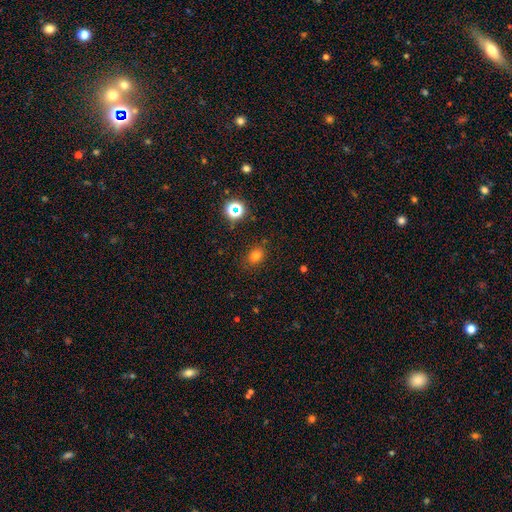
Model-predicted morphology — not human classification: A smooth galaxy with no disk features (75%) that is round (54%).

Vote fractions:
- Smooth or featured? smooth: 75% / star or artifact: 18% / featured or disk: 7%
- How rounded? round: 54% / in between: 45% / cigar-shaped: 1%
- Merging? none: 83% / minor disturbance: 11% / major disturbance: 4% / merger: 2%